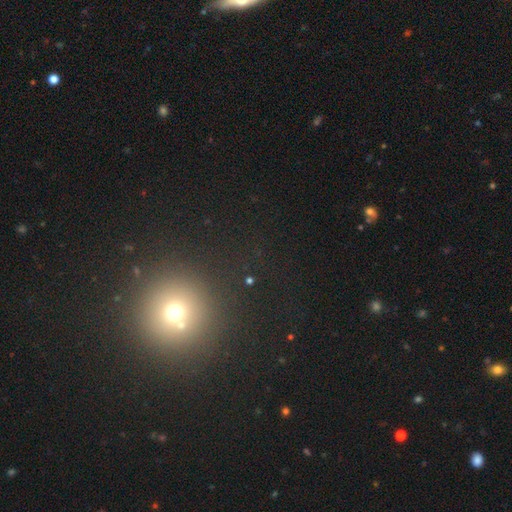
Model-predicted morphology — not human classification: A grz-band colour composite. It shows a smooth galaxy with no disk features (51%) that is round (91%). Merging: none (89%).